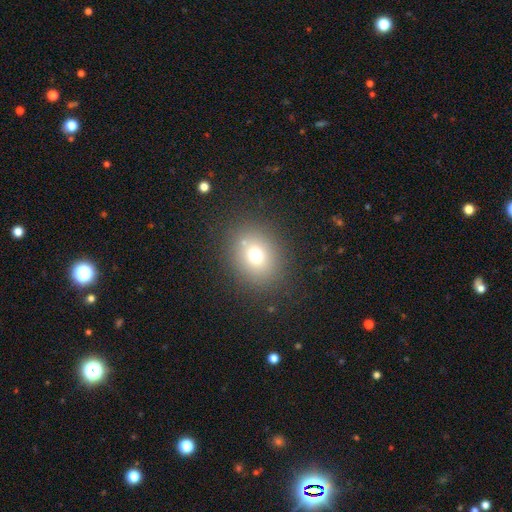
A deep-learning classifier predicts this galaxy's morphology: smooth 70%, star or artifact 16%, featured or disk 14%. Down the decision tree: how rounded — round (56%); merging — none (83%).